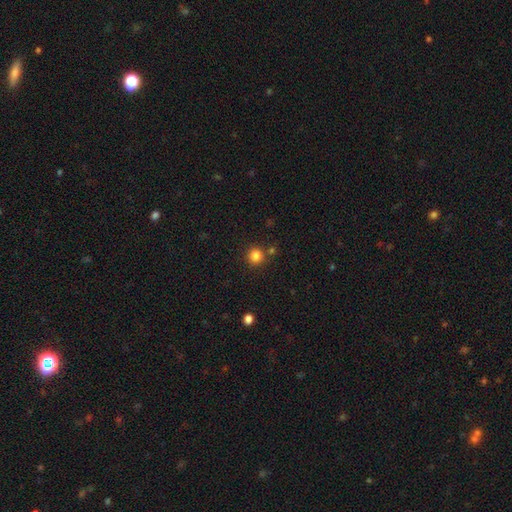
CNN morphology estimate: Smooth or featured? smooth (83%)
How rounded? round (93%)
Merging? none (84%)